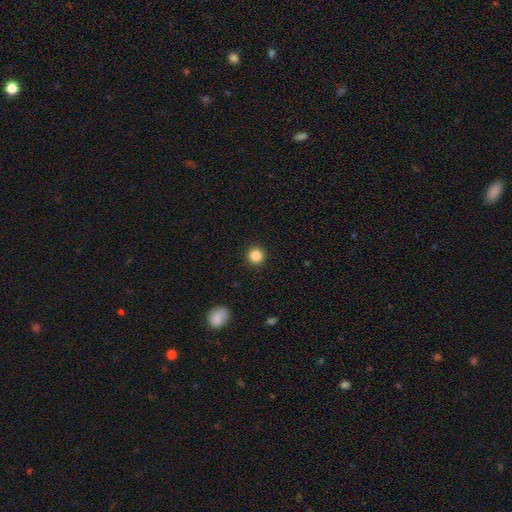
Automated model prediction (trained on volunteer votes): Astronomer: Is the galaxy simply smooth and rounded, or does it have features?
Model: smooth — 85%.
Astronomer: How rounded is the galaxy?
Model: round — 95%.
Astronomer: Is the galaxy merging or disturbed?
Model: none — 93%.